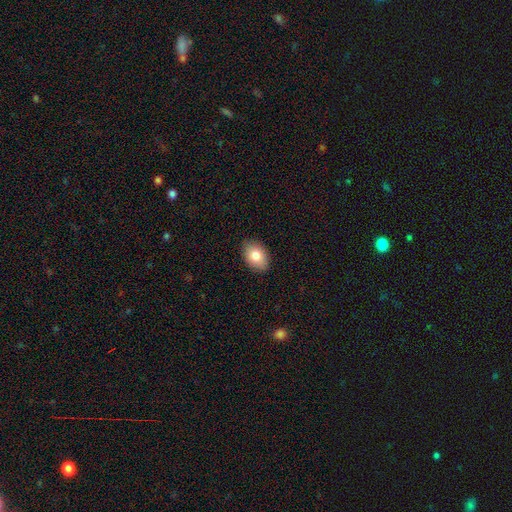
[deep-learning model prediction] The model was most divided on "smooth or featured": smooth: 82%, featured or disk: 10%, star or artifact: 7%. More confident: merging — none (88%); how rounded — in between (86%).